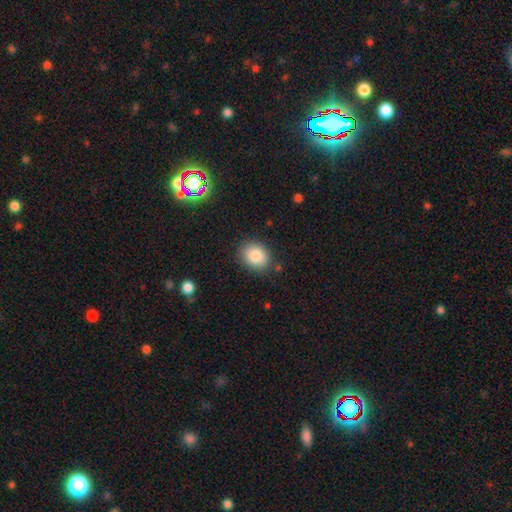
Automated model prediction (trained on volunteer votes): smooth-or-featured: smooth: 85% | star or artifact: 8% | featured or disk: 6%
  how-rounded: round: 50% | in between: 49% | cigar-shaped: 1%
  merging: none: 84% | minor disturbance: 11% | major disturbance: 3% | merger: 2%